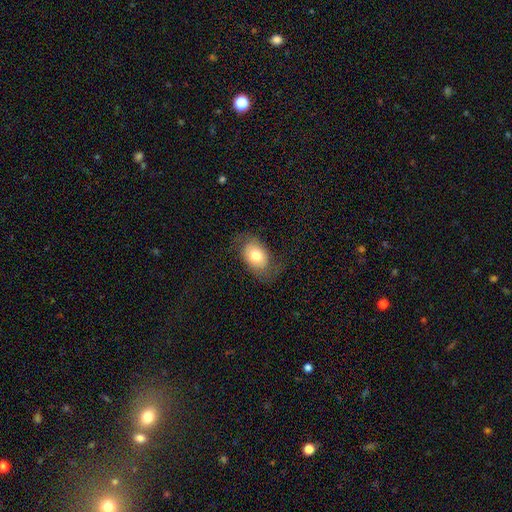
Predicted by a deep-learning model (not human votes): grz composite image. It shows a smooth galaxy with no disk features (64%) that is in between round and cigar-shaped (81%). Merging: none (64%).